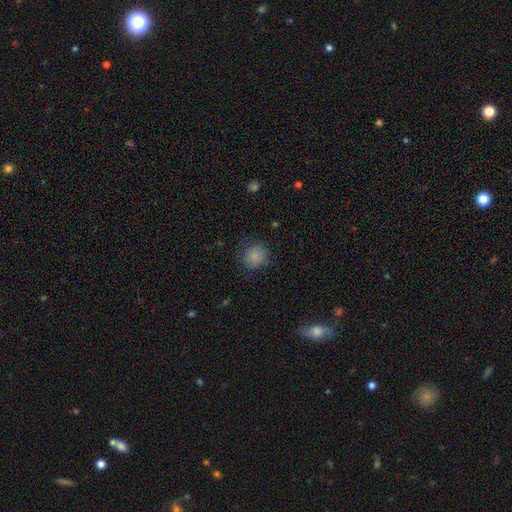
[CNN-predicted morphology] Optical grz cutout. It shows a smooth galaxy with no disk features (85%) that is round (83%). Merging: none (76%).